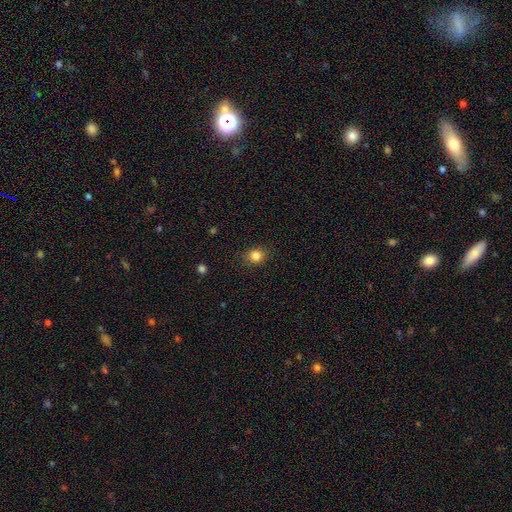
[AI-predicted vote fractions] Morphology: type=smooth (83%); roundness=round (72%); merging=none (87%).